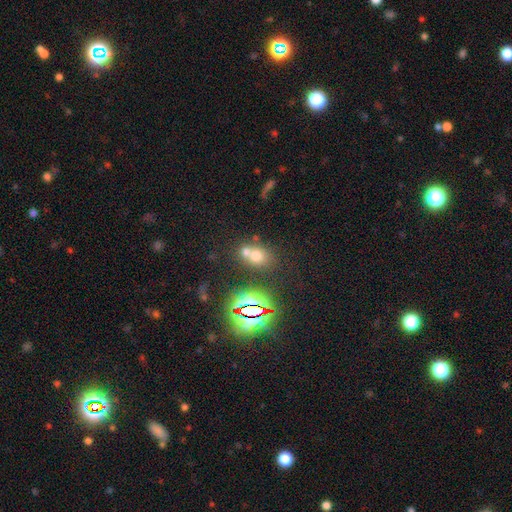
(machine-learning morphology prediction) This is likely a smooth galaxy (62%). How rounded: possibly round (58%). Merging: possibly merger (48%).